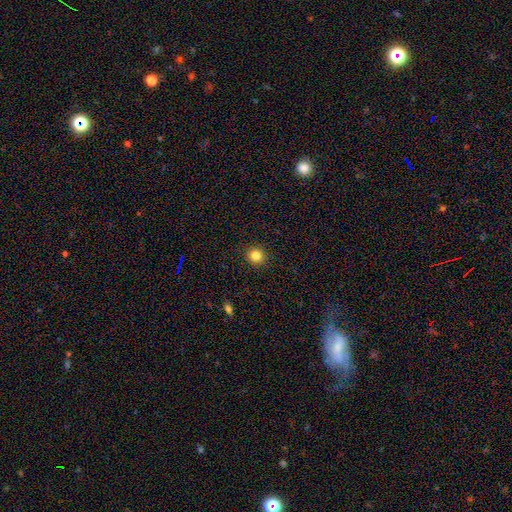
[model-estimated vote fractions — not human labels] This is clearly a smooth galaxy (83%). How rounded: clearly round (90%). Merging: clearly none (91%).